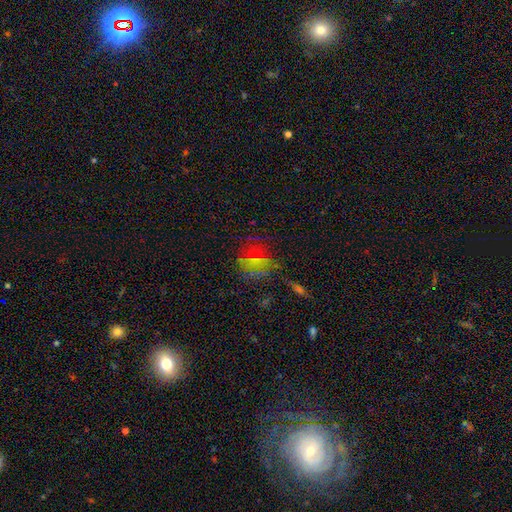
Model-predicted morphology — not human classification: type=smooth (42%); merging=none (55%).